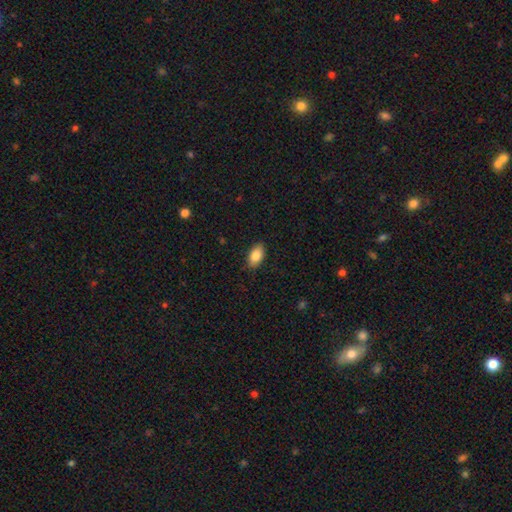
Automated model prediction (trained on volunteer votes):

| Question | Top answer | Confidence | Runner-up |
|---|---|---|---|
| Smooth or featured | smooth | 85% | featured or disk (8%) |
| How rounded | in between | 92% | round (5%) |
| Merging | none | 87% | minor disturbance (10%) |